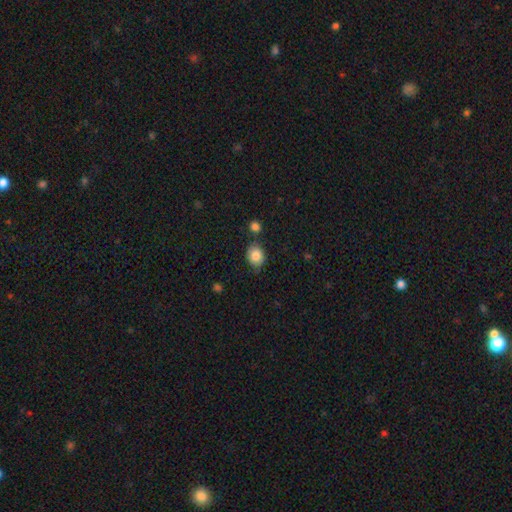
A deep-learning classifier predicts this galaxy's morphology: The model was most divided on "how rounded": round: 61%, in between: 38%, cigar-shaped: 1%. More confident: smooth or featured — smooth (85%); merging — none (72%).